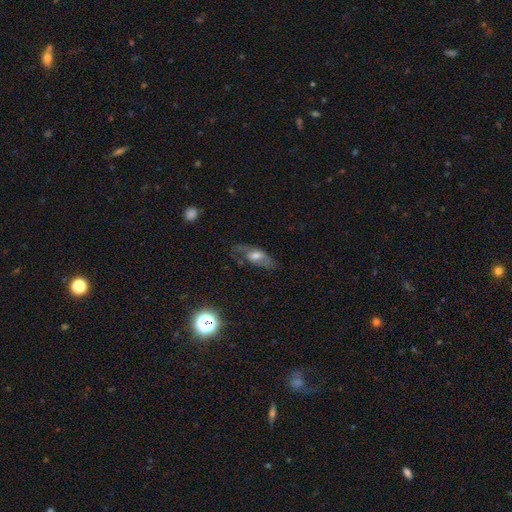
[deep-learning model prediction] Smooth or featured?
  - featured or disk: 54% *
  - smooth: 37%
  - star or artifact: 9%
Edge-on disk?
  - no: 77% *
  - yes: 23%
Merging?
  - none: 56% *
  - minor disturbance: 24%
  - major disturbance: 18%
  - merger: 3%